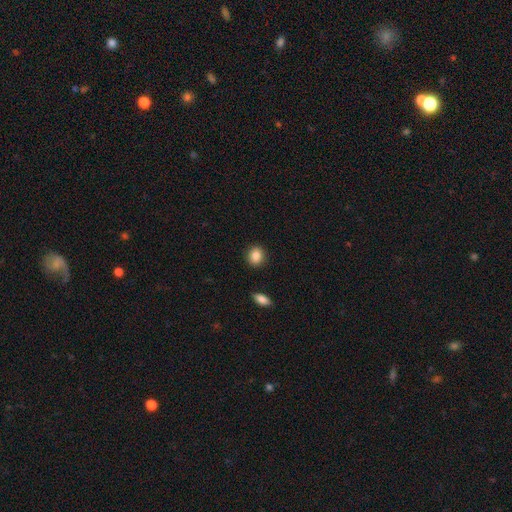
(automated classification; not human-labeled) Smooth or featured? Predicted: smooth (p=0.87). How rounded? Predicted: round (p=0.71). Merging? Predicted: none (p=0.90).